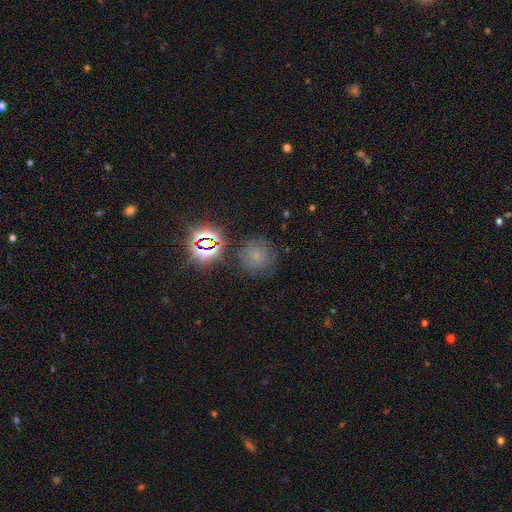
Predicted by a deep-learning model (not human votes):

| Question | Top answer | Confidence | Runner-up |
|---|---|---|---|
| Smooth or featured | smooth | 42% | star or artifact (37%) |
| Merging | none | 77% | minor disturbance (14%) |